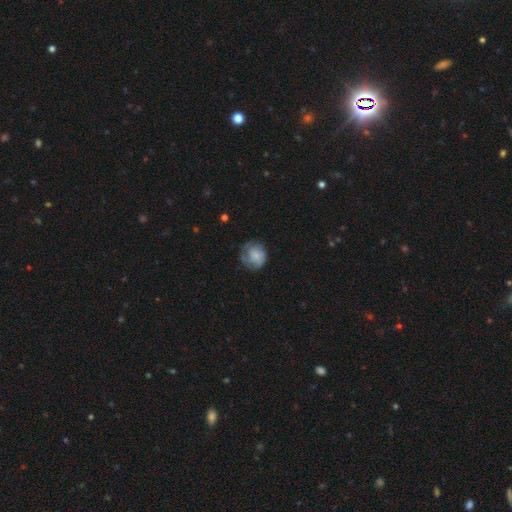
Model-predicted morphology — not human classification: This is possibly a smooth galaxy (59%). How rounded: likely round (76%). Merging: possibly none (53%).